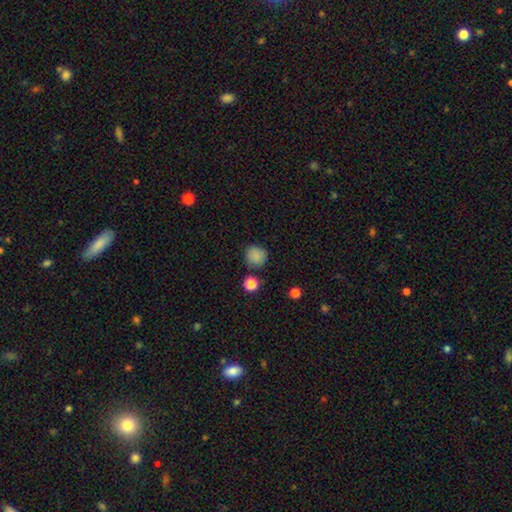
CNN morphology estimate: smooth-or-featured: smooth: 85% | star or artifact: 10% | featured or disk: 4%
  how-rounded: round: 91% | in between: 8% | cigar-shaped: 1%
  merging: none: 81% | minor disturbance: 11% | merger: 5% | major disturbance: 3%